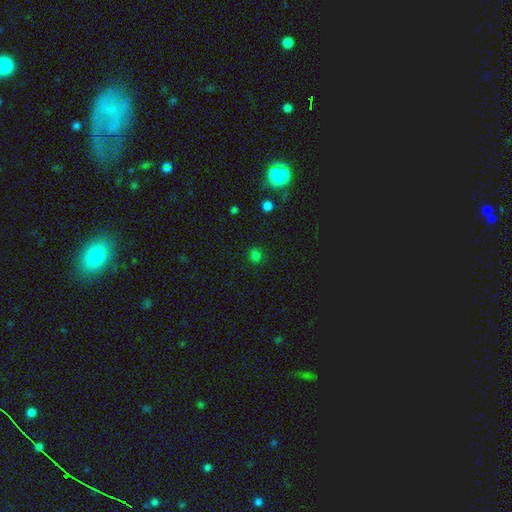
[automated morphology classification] smooth_or_featured: smooth (p=0.67) [alt: star or artifact p=0.28]
how_rounded: round (p=0.78) [alt: in between p=0.20]
merging: none (p=0.80) [alt: minor disturbance p=0.12]